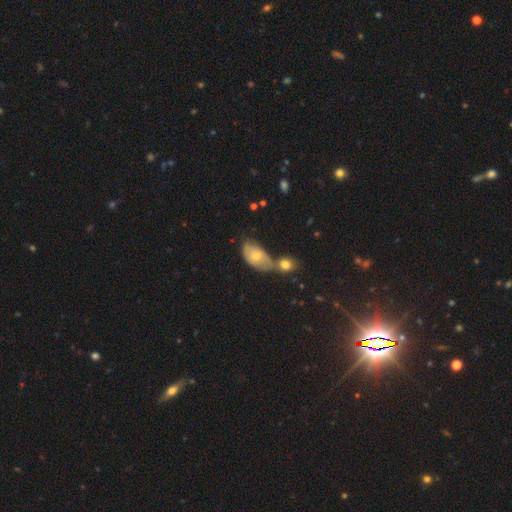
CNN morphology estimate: Q: Smooth or featured?
A: smooth (65%); runner-up: featured or disk (27%)
Q: How rounded?
A: in between (89%); runner-up: round (8%)
Q: Merging?
A: merger (51%); runner-up: none (27%)